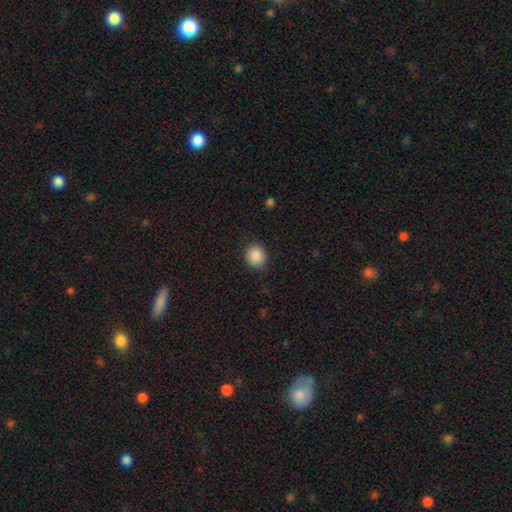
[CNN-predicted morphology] Smooth or featured: smooth — 89% (star or artifact — 8%)
How rounded: round — 80% (in between — 19%)
Merging: none — 90% (minor disturbance — 7%)